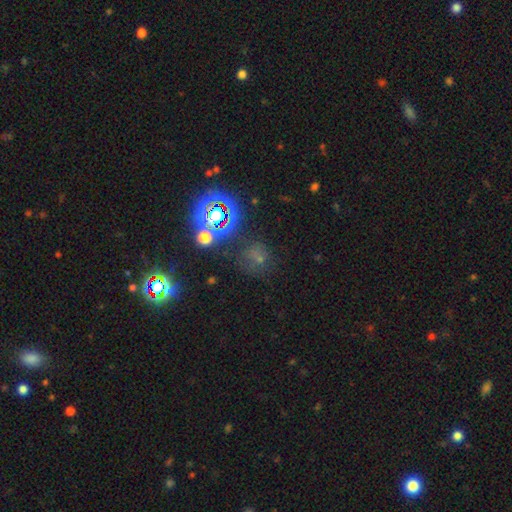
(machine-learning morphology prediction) smooth_or_featured: star or artifact (p=0.53) [alt: smooth p=0.35]